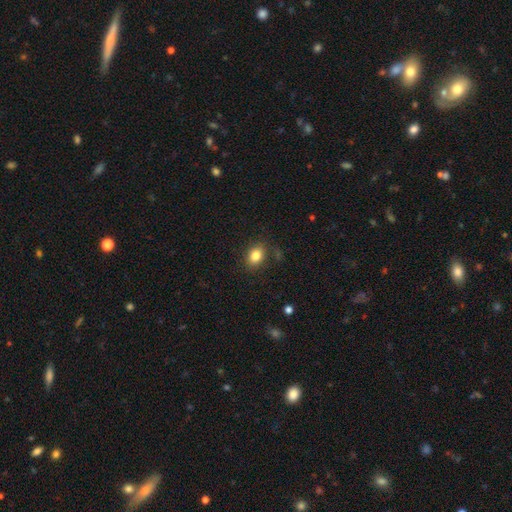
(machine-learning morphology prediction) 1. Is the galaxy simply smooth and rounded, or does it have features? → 83% smooth, 10% star or artifact, 7% featured or disk.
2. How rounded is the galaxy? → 66% in between, 33% round, 1% cigar-shaped.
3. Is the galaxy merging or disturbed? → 82% none, 12% minor disturbance, 4% major disturbance, 2% merger.